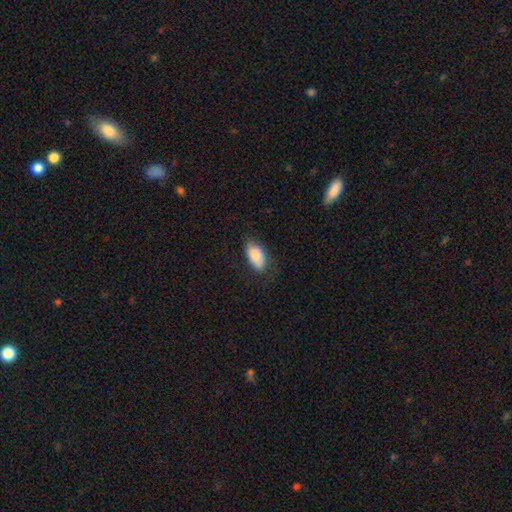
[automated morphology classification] Smooth or featured? Predicted: smooth (p=0.82). How rounded? Predicted: in between (p=0.93). Merging? Predicted: none (p=0.70).